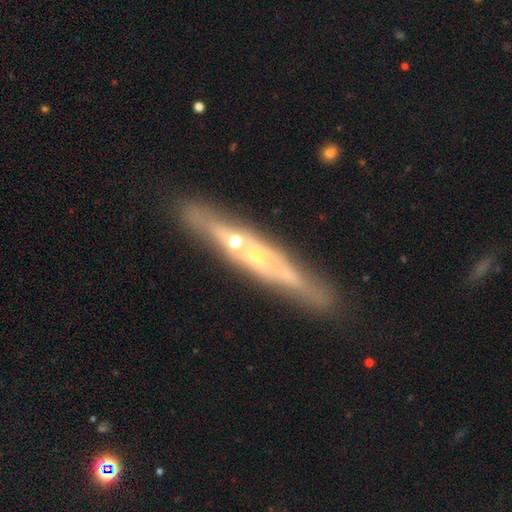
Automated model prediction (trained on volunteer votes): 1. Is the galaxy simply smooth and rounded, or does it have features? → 74% featured or disk, 19% smooth, 8% star or artifact.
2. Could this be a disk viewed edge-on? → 77% yes, 23% no.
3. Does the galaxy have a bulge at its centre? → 66% rounded, 28% none, 6% boxy.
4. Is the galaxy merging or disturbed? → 70% none, 14% minor disturbance, 11% merger, 5% major disturbance.